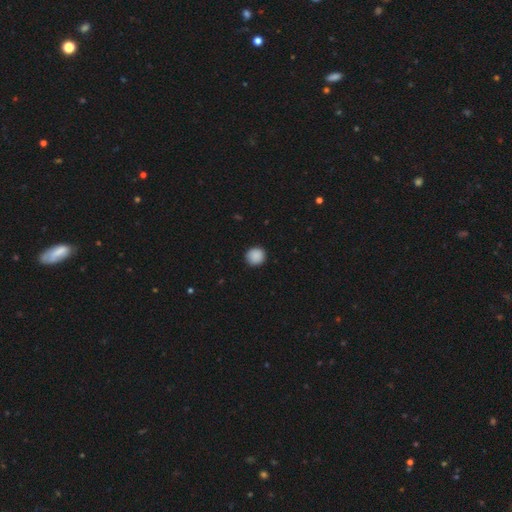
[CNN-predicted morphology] smooth_or_featured: smooth (p=0.89) [alt: star or artifact p=0.08]
how_rounded: round (p=0.93) [alt: in between p=0.06]
merging: none (p=0.91) [alt: minor disturbance p=0.06]